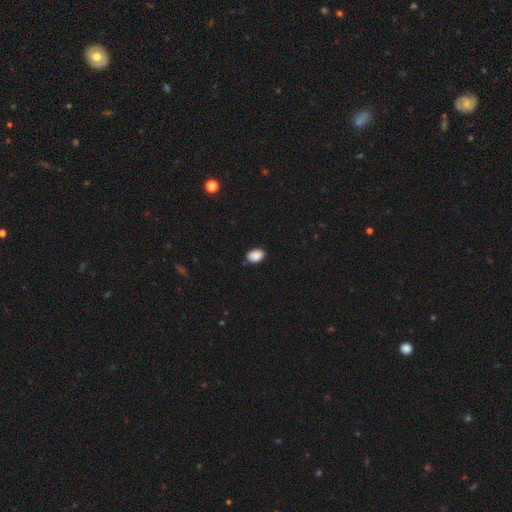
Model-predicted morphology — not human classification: Q: Smooth or featured?
A: smooth (89%); runner-up: star or artifact (8%)
Q: How rounded?
A: in between (84%); runner-up: round (15%)
Q: Merging?
A: none (82%); runner-up: minor disturbance (15%)